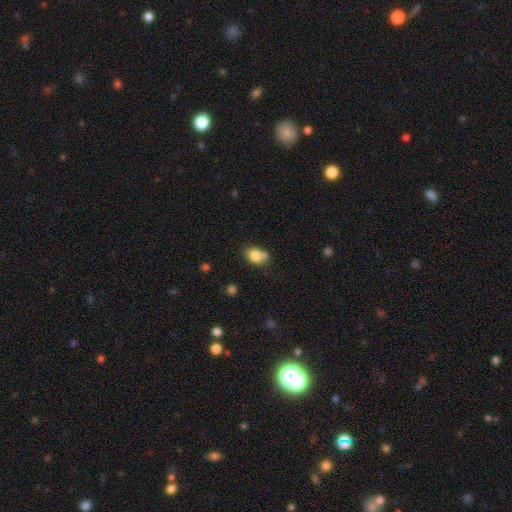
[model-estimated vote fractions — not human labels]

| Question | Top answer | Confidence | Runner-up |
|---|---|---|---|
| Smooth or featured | smooth | 82% | star or artifact (9%) |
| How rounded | in between | 59% | round (40%) |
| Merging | none | 50% | merger (28%) |